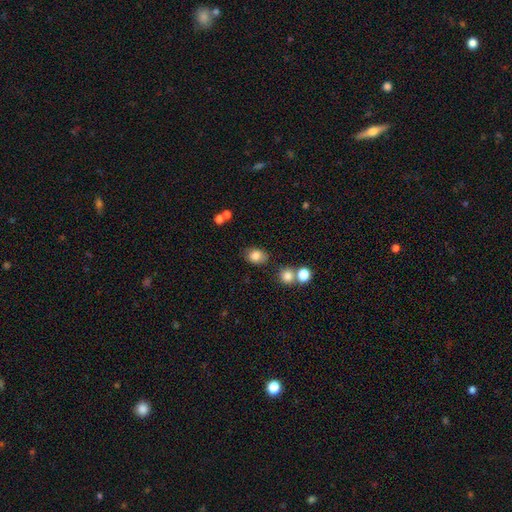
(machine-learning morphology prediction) This is clearly a smooth galaxy (83%). How rounded: likely in between (66%). Merging: likely none (75%).